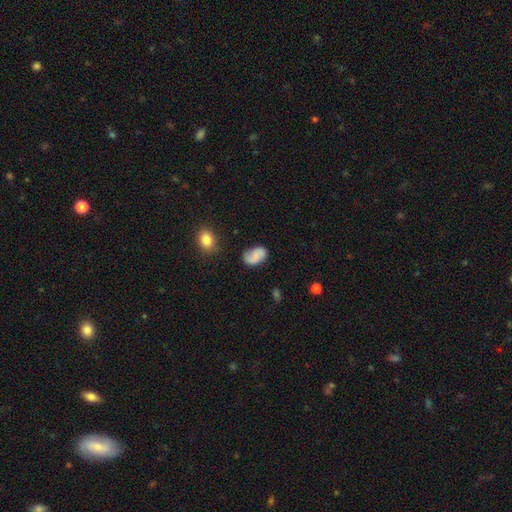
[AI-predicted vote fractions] Smooth or featured? smooth (63%)
How rounded? in between (89%)
Merging? none (63%)